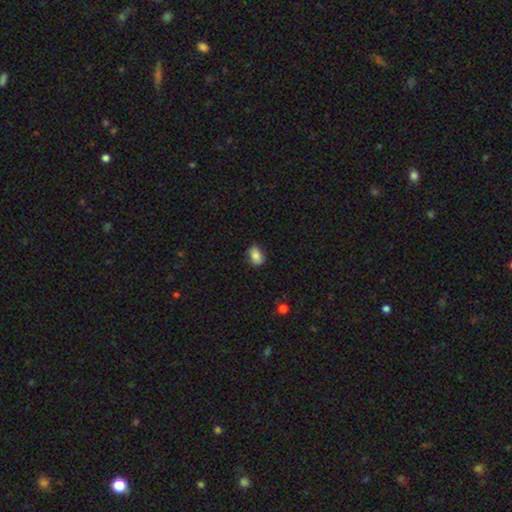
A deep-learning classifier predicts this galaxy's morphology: This appears to be a smooth galaxy with no disk features (81%) that is in between round and cigar-shaped (74%). Merging: none (76%).